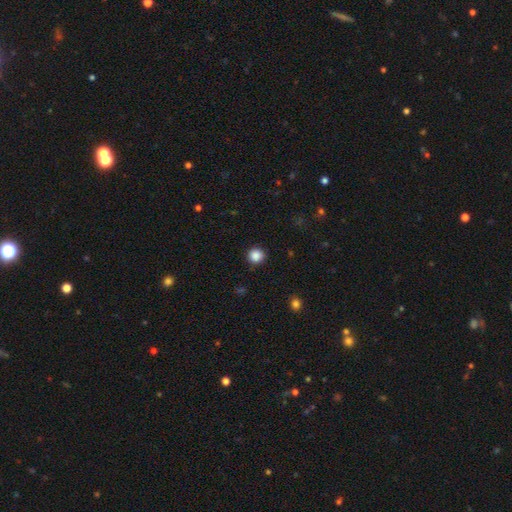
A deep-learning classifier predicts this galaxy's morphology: Q: Smooth or featured?
A: smooth (87%); runner-up: star or artifact (10%)
Q: How rounded?
A: round (94%); runner-up: in between (5%)
Q: Merging?
A: none (91%); runner-up: minor disturbance (6%)